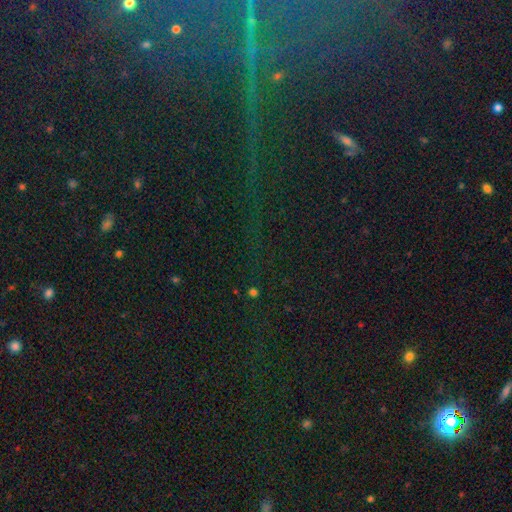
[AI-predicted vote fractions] A star or artifact, not a galaxy (82%).

Vote fractions:
- Smooth or featured? star or artifact: 82% / smooth: 9% / featured or disk: 9%